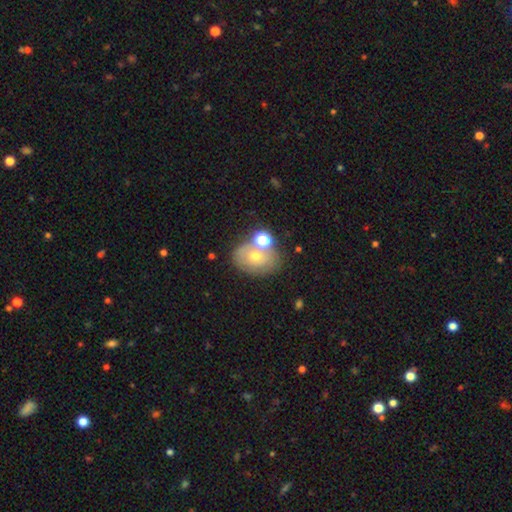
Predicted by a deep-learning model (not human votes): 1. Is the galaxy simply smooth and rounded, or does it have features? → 59% smooth, 28% featured or disk, 13% star or artifact.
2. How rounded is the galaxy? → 59% in between, 40% round, 1% cigar-shaped.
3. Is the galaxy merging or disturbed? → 54% none, 25% merger, 15% minor disturbance, 6% major disturbance.